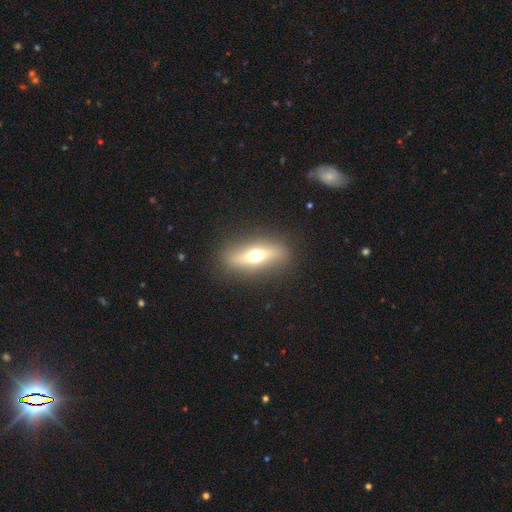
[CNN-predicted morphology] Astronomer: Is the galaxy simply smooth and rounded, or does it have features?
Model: featured or disk — 49% (runner-up: smooth, 42%).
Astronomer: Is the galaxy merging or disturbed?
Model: none — 87%.